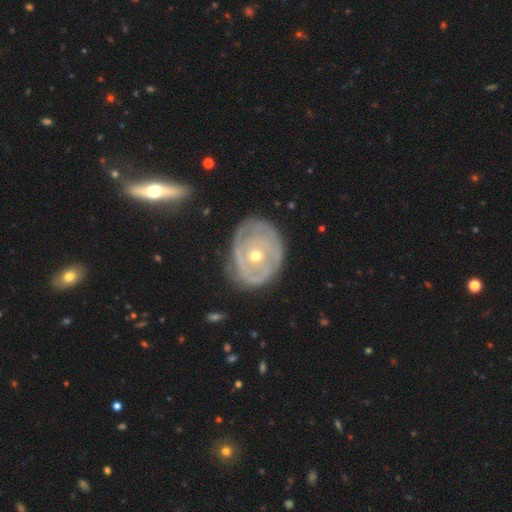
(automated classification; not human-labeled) Smooth or featured: featured or disk — 77% (smooth — 17%)
Edge-on disk: no — 96% (yes — 4%)
Bar: no — 81% (weak — 15%)
Spiral arms: yes — 70% (no — 30%)
Spiral winding: tight — 74% (medium — 18%)
Spiral arm count: can't tell — 50% (2 — 21%)
Bulge size: small — 50% (moderate — 47%)
Merging: none — 67% (minor disturbance — 22%)